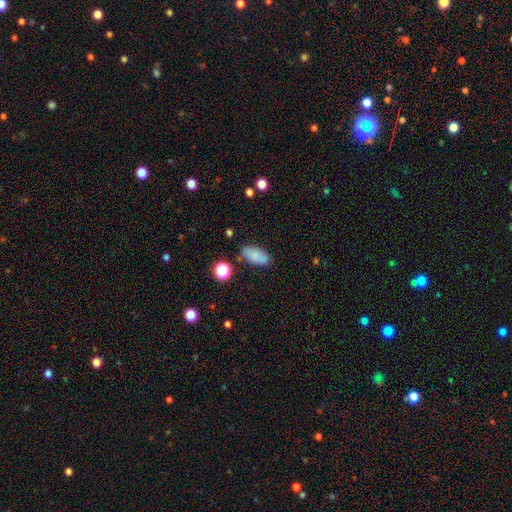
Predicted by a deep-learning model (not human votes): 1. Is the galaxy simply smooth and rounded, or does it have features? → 83% smooth, 9% star or artifact, 8% featured or disk.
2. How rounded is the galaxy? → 89% in between, 7% cigar-shaped, 4% round.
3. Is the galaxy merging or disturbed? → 79% none, 14% minor disturbance, 4% major disturbance, 3% merger.